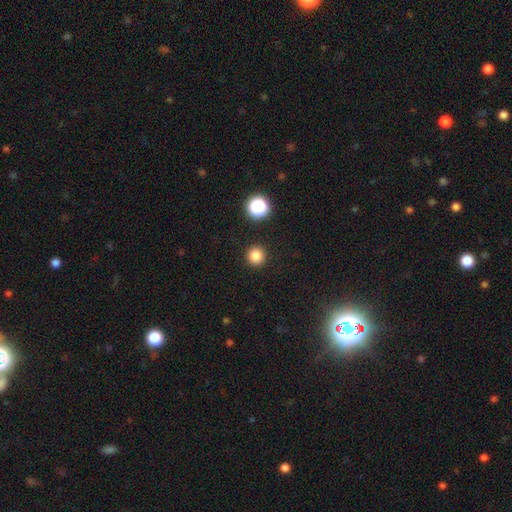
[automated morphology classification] This appears to be a smooth galaxy with no disk features (83%) that is round (95%). Merging: none (92%).